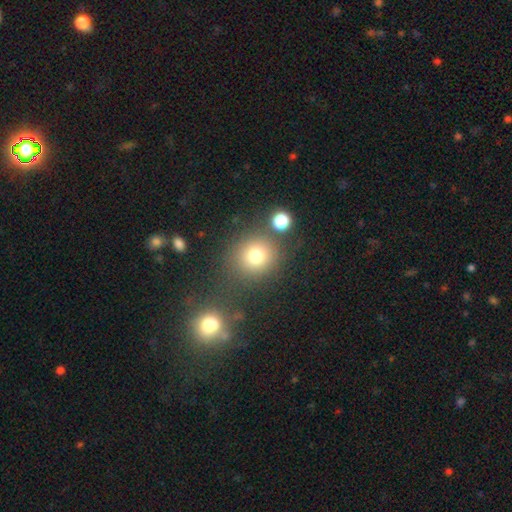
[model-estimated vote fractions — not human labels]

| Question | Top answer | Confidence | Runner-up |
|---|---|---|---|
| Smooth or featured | smooth | 76% | star or artifact (15%) |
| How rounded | round | 87% | in between (12%) |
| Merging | none | 73% | merger (11%) |